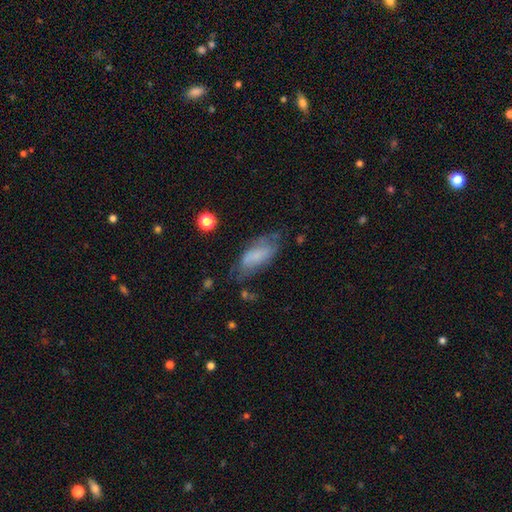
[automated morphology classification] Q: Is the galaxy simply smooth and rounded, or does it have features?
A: smooth — 64%.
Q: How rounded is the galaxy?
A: in between — 85%.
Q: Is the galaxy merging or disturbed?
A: none — 49%.